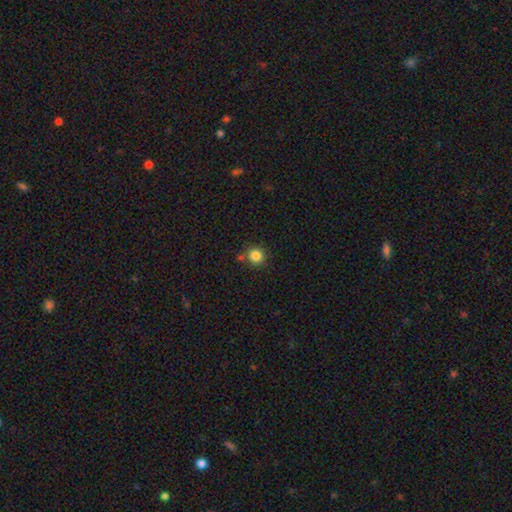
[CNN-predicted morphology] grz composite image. It shows a smooth galaxy with no disk features (84%) that is round (93%). Merging: none (78%).